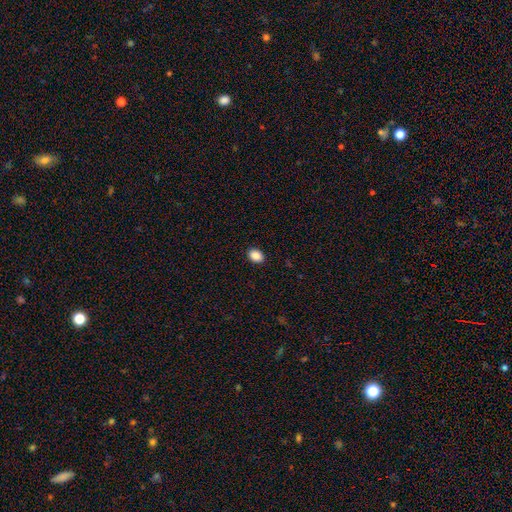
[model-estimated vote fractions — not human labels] The model was most divided on "how rounded": in between: 70%, round: 29%, cigar-shaped: 1%. More confident: merging — none (91%); smooth or featured — smooth (89%).